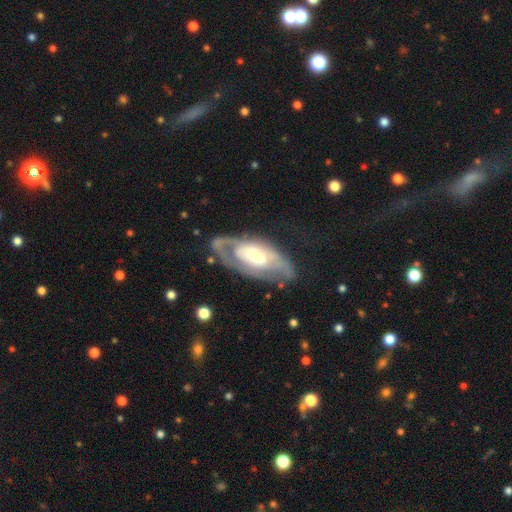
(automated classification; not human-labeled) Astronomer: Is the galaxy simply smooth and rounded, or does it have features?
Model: featured or disk — 75%.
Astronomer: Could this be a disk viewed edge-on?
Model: no — 90%.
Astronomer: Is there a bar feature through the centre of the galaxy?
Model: no — 63%.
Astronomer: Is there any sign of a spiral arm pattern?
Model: yes — 73%.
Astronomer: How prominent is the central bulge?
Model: moderate — 53%.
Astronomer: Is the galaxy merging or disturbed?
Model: none — 57%.